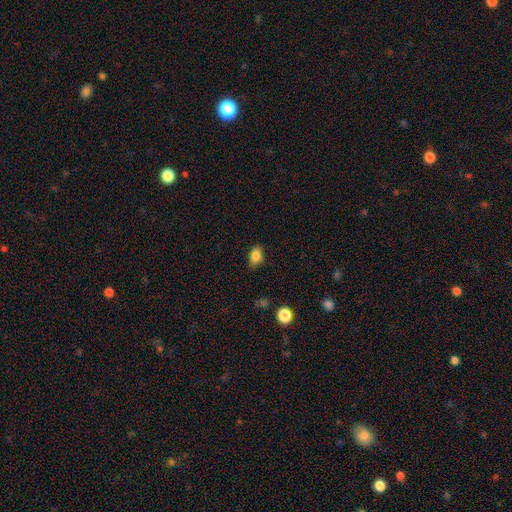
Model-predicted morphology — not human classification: Smooth or featured? Predicted: smooth (p=0.84). How rounded? Predicted: in between (p=0.79). Merging? Predicted: none (p=0.81).